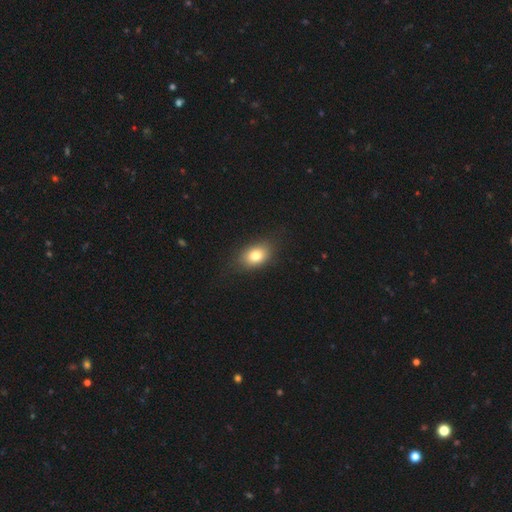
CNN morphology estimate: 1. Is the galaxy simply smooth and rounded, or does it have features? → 79% smooth, 11% featured or disk, 9% star or artifact.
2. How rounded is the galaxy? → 78% in between, 20% round, 2% cigar-shaped.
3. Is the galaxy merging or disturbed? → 82% none, 13% minor disturbance, 4% major disturbance, 1% merger.